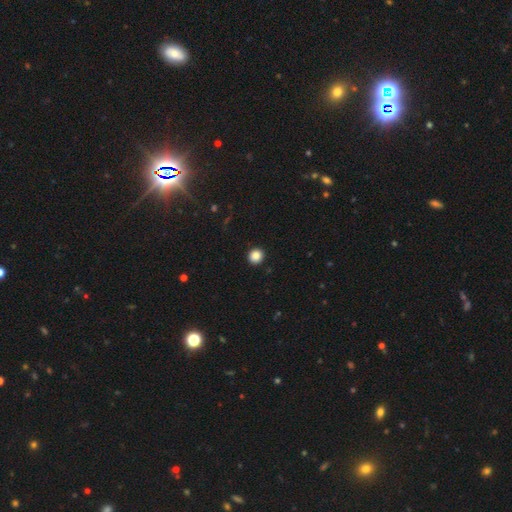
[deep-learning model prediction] Morphology: type=smooth (87%); roundness=round (93%); merging=none (93%).